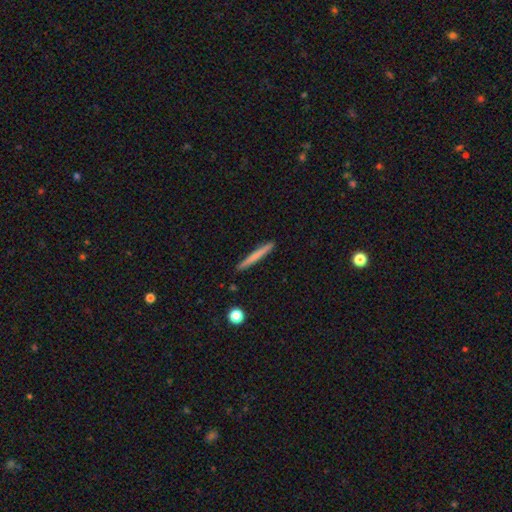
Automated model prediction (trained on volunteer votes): Smooth or featured? smooth (63%)
How rounded? cigar-shaped (97%)
Merging? none (92%)